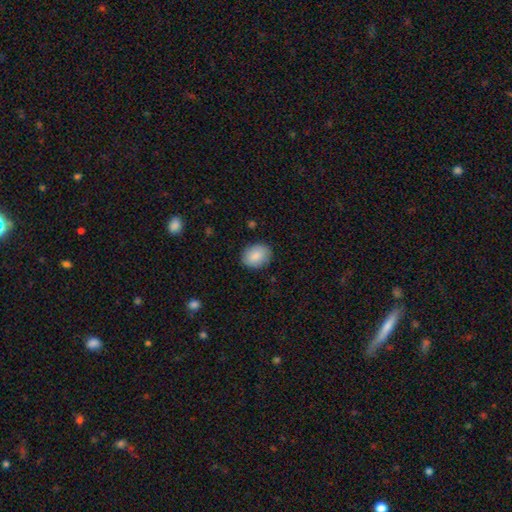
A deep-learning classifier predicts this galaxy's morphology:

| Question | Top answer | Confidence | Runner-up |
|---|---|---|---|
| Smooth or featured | smooth | 88% | star or artifact (7%) |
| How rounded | in between | 64% | round (35%) |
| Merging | none | 85% | minor disturbance (11%) |